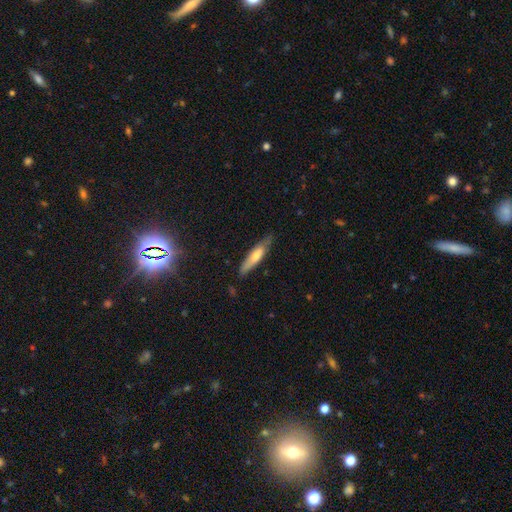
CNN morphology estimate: smooth-or-featured: smooth: 58% | featured or disk: 36% | star or artifact: 6%
  how-rounded: cigar-shaped: 79% | in between: 19% | round: 1%
  merging: none: 76% | minor disturbance: 19% | major disturbance: 3% | merger: 1%